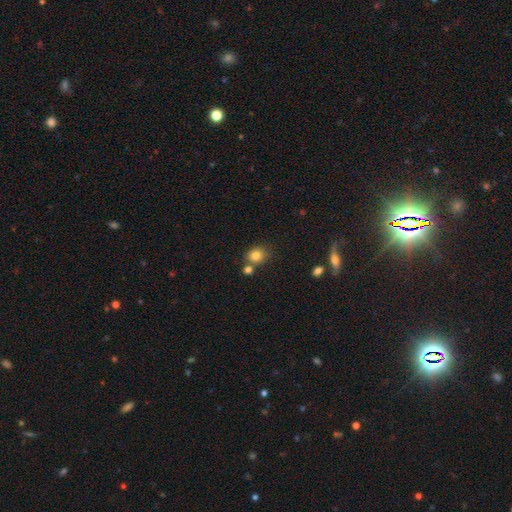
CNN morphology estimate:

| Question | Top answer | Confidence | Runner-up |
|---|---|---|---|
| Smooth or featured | smooth | 82% | star or artifact (11%) |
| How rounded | round | 68% | in between (31%) |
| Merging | none | 64% | merger (21%) |